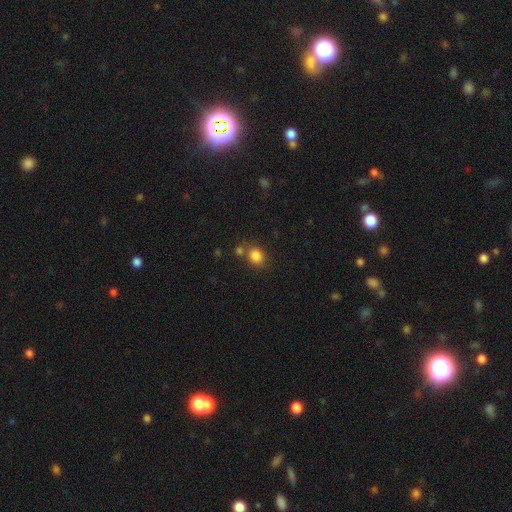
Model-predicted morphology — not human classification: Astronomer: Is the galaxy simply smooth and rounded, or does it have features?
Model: smooth — 84%.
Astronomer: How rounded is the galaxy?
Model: round — 64%.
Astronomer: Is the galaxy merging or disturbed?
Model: none — 69%.